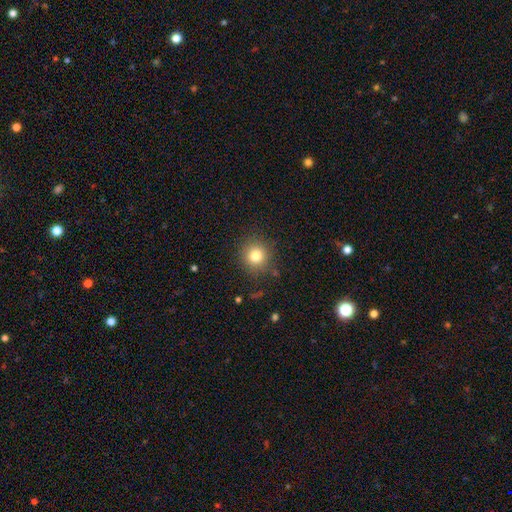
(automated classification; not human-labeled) Q: Smooth or featured?
A: smooth (79%); runner-up: star or artifact (13%)
Q: How rounded?
A: round (92%); runner-up: in between (7%)
Q: Merging?
A: none (86%); runner-up: minor disturbance (9%)